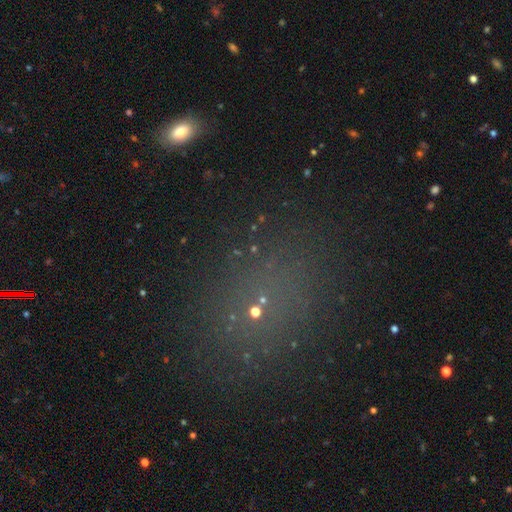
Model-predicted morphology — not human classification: This appears to be a star or artifact, not a galaxy (42%, tied with smooth).